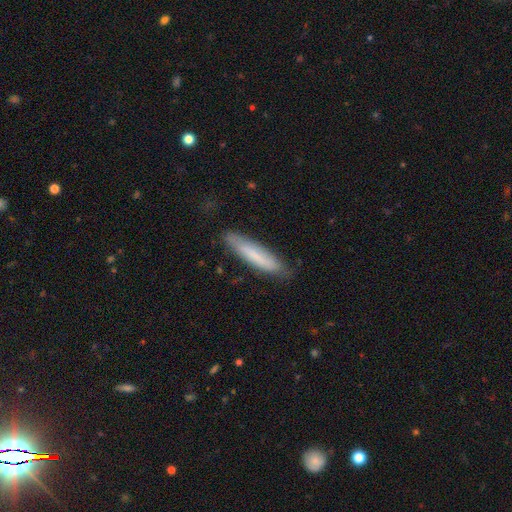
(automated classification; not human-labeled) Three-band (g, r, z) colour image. It shows a smooth galaxy with no disk features (70%) that is cigar-shaped (86%). Merging: none (79%).